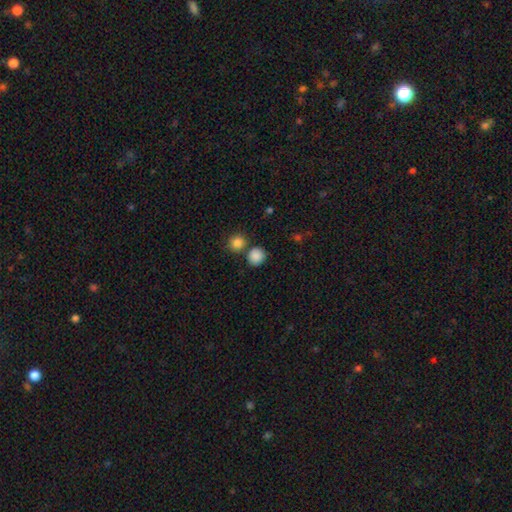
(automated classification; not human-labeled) Smooth or featured?
  - smooth: 87% *
  - star or artifact: 10%
  - featured or disk: 4%
How rounded?
  - round: 87% *
  - in between: 13%
  - cigar-shaped: 1%
Merging?
  - none: 73% *
  - merger: 16%
  - minor disturbance: 9%
  - major disturbance: 3%